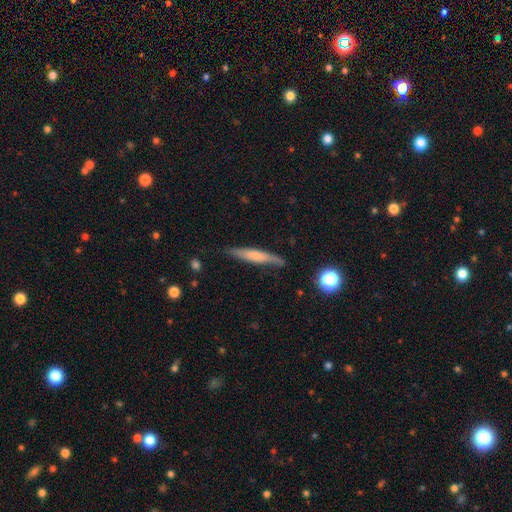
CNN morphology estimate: A smooth galaxy with no disk features (56%) that is cigar-shaped (90%). Merging: none (77%).